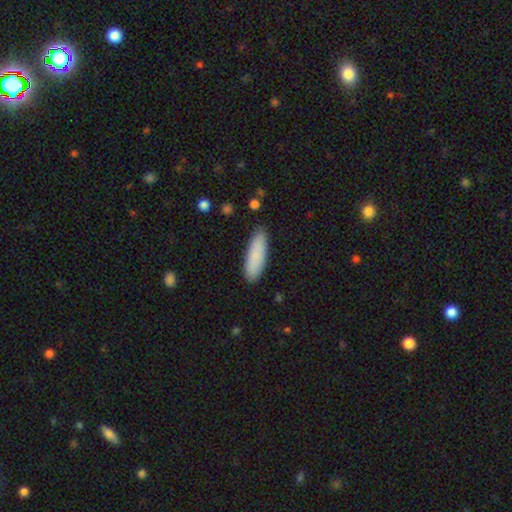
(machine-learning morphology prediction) type=smooth (88%); roundness=cigar-shaped (52%); merging=none (88%).